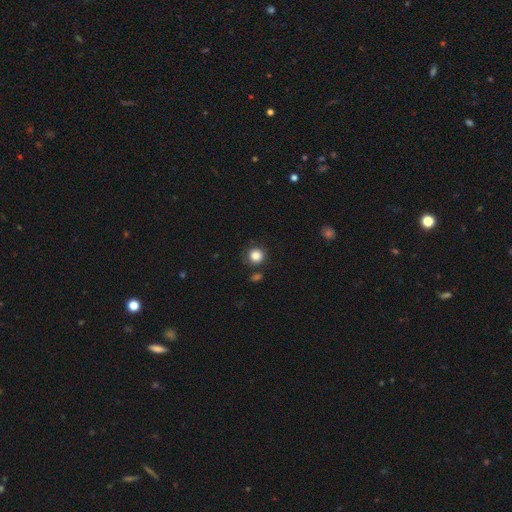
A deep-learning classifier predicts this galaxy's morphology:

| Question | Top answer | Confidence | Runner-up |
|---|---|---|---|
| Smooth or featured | smooth | 86% | star or artifact (10%) |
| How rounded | round | 91% | in between (8%) |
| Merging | none | 80% | minor disturbance (11%) |